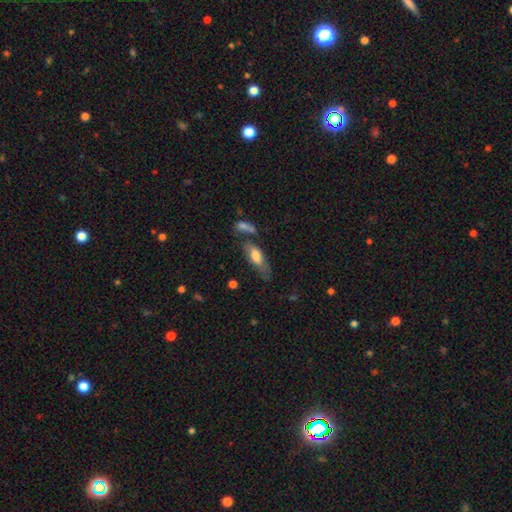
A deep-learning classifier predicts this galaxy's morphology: smooth 66%, featured or disk 27%, star or artifact 7%. Down the decision tree: how rounded — in between (73%); merging — none (44%).